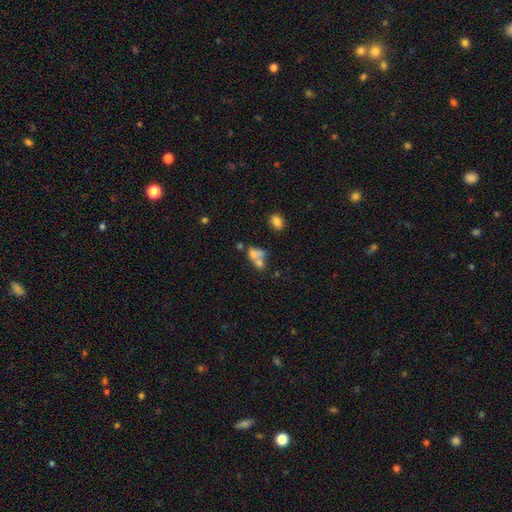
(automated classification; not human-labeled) Morphology: type=smooth (61%); roundness=in between (57%); merging=merger (60%).